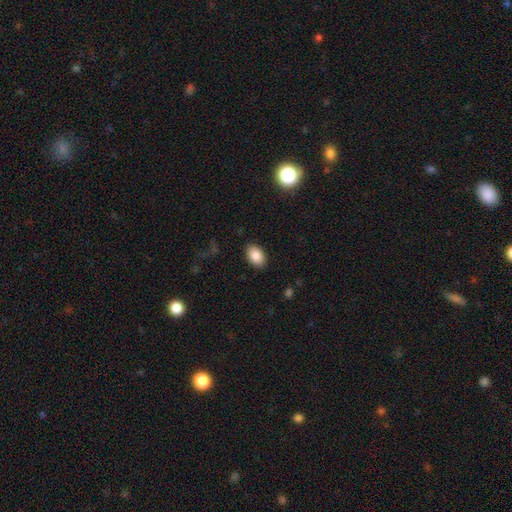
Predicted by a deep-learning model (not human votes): Q: Smooth or featured?
A: smooth (86%); runner-up: star or artifact (8%)
Q: How rounded?
A: in between (89%); runner-up: round (10%)
Q: Merging?
A: none (89%); runner-up: minor disturbance (8%)